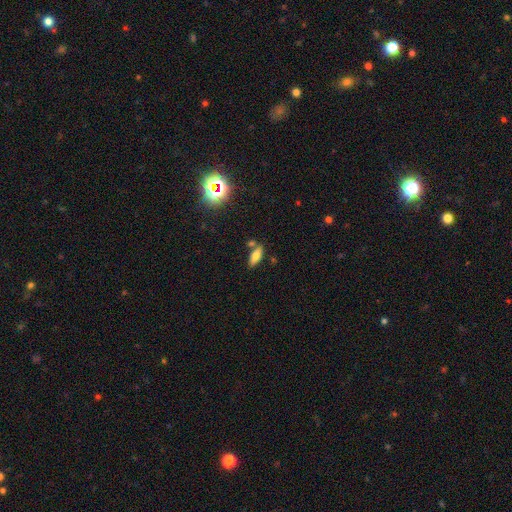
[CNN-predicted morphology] The model was most divided on "how rounded": in between: 69%, cigar-shaped: 28%, round: 3%. More confident: merging — none (71%); smooth or featured — smooth (69%).